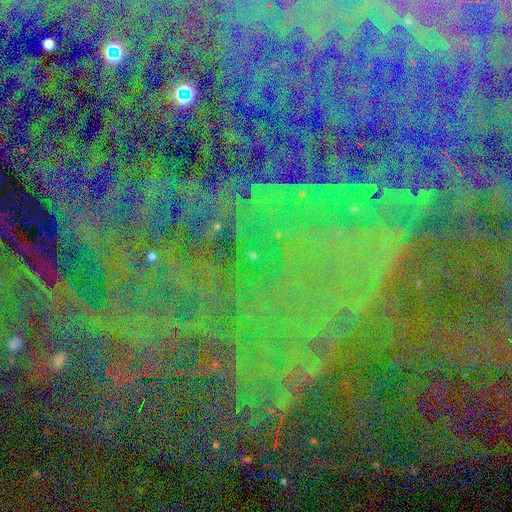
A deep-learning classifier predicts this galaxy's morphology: Overall: star or artifact (85%).